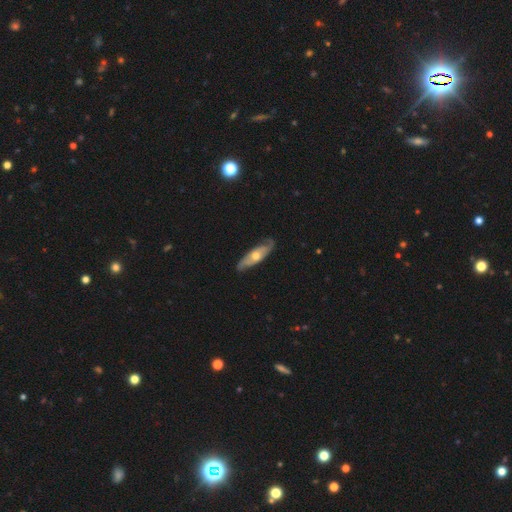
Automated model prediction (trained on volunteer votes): Smooth or featured? Predicted: featured or disk (p=0.65). Edge-on disk? Predicted: no (p=0.67). Merging? Predicted: none (p=0.78).